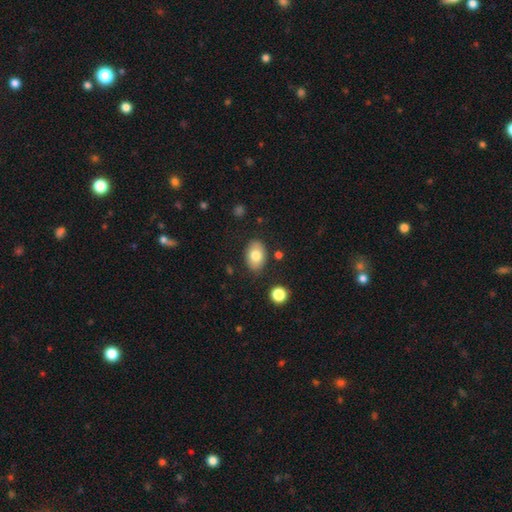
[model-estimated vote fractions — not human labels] smooth 78%, featured or disk 14%, star or artifact 8%. Down the decision tree: how rounded — in between (84%); merging — none (82%).